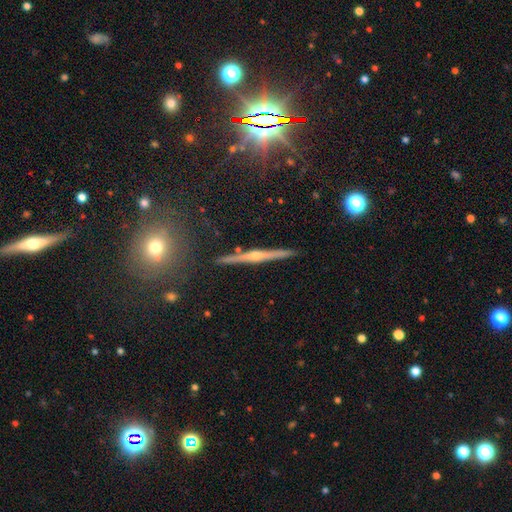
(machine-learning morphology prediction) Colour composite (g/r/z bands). It shows a featured or disk galaxy (76%) viewed edge-on (98%) with a rounded central bulge (83%). Merging: none (90%).